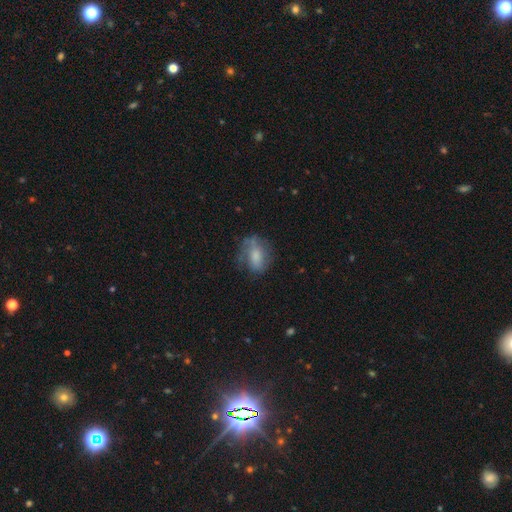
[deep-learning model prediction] A smooth galaxy with no disk features (57%) that is in between round and cigar-shaped (72%). Merging: none (53%).